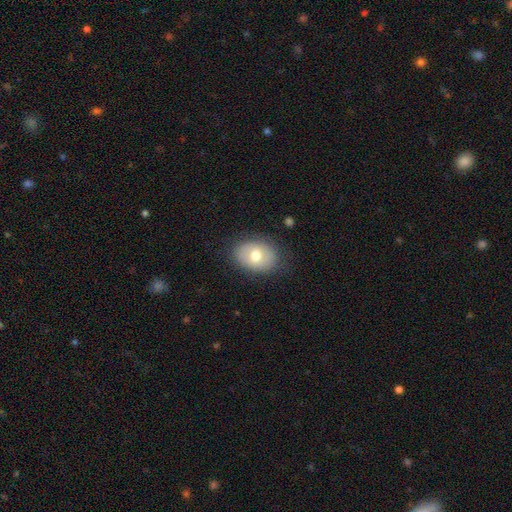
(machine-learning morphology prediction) A smooth galaxy with no disk features (68%) that is in between round and cigar-shaped (68%).

Vote fractions:
- Smooth or featured? smooth: 68% / featured or disk: 24% / star or artifact: 8%
- How rounded? in between: 68% / round: 31% / cigar-shaped: 1%
- Merging? none: 80% / minor disturbance: 15% / major disturbance: 4% / merger: 1%